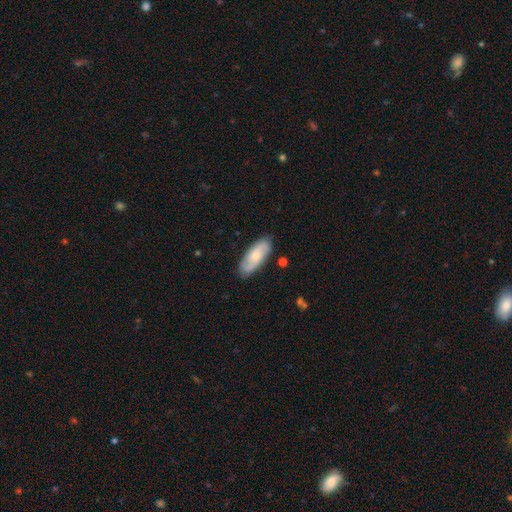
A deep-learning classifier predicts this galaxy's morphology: This appears to be a smooth galaxy with no disk features (51%) that is in between round and cigar-shaped (76%). Merging: none (83%).